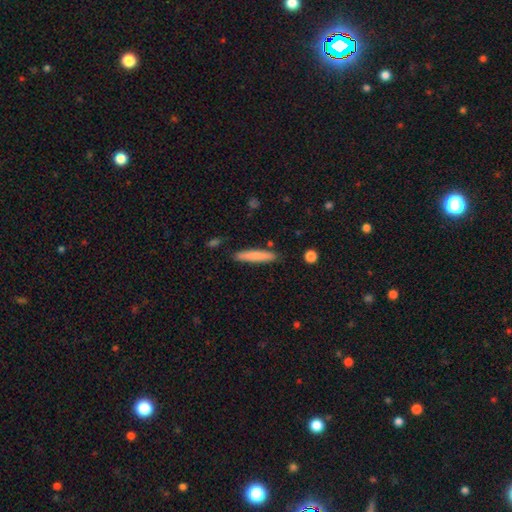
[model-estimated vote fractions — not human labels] Smooth or featured?
  - smooth: 79% *
  - featured or disk: 15%
  - star or artifact: 6%
How rounded?
  - cigar-shaped: 92% *
  - in between: 7%
  - round: 1%
Merging?
  - none: 87% *
  - minor disturbance: 9%
  - merger: 2%
  - major disturbance: 2%